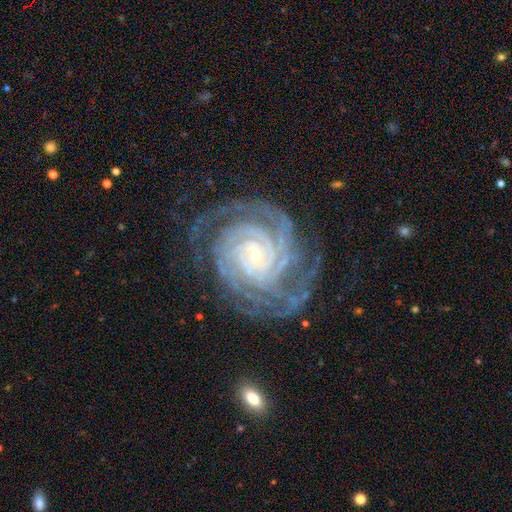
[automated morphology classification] Q: Smooth or featured?
A: featured or disk (91%); runner-up: star or artifact (6%)
Q: Edge-on disk?
A: no (97%); runner-up: yes (3%)
Q: Bar?
A: no (63%); runner-up: weak (24%)
Q: Spiral arms?
A: yes (98%); runner-up: no (2%)
Q: Spiral winding?
A: tight (82%); runner-up: medium (16%)
Q: Spiral arm count?
A: 4 (25%); runner-up: more than 4 (19%)
Q: Bulge size?
A: small (78%); runner-up: moderate (18%)
Q: Merging?
A: none (73%); runner-up: minor disturbance (17%)